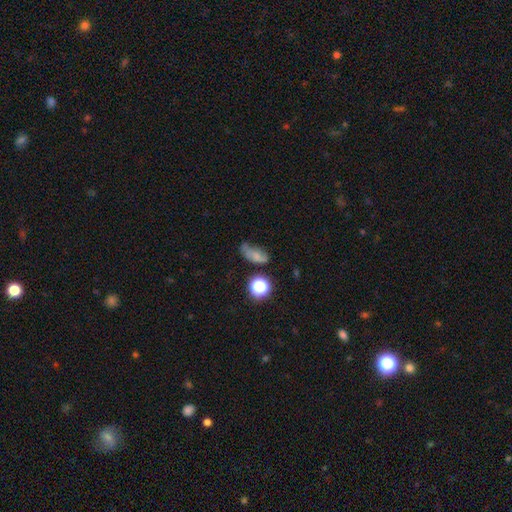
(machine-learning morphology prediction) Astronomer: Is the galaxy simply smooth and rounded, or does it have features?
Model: smooth — 61%.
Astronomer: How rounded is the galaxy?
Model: in between — 75%.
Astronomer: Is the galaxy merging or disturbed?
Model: none — 38% (runner-up: minor disturbance, 32%).